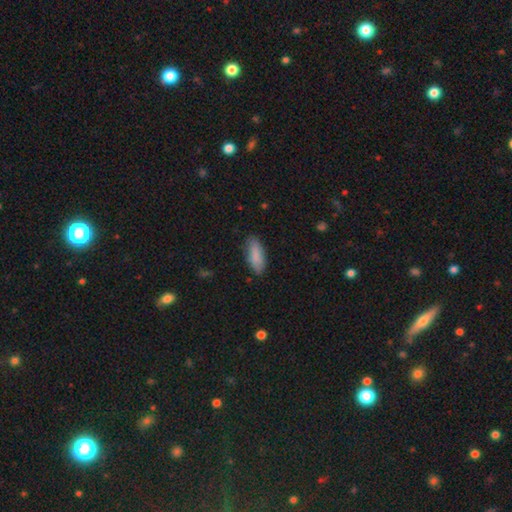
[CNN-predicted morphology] Smooth or featured? smooth (87%)
How rounded? in between (73%)
Merging? none (82%)